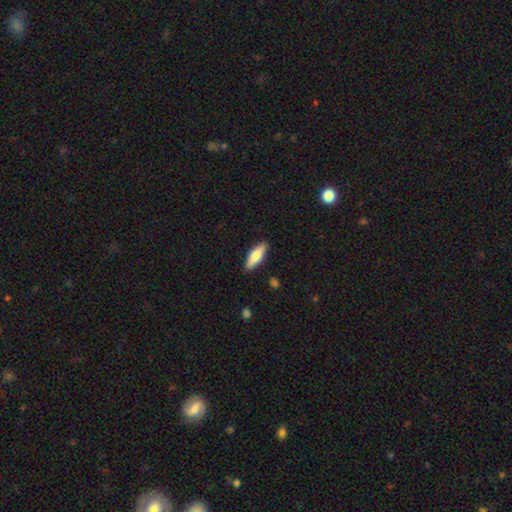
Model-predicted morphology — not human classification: This appears to be a smooth galaxy with no disk features (65%) that is in between round and cigar-shaped (54%). Merging: none (88%).